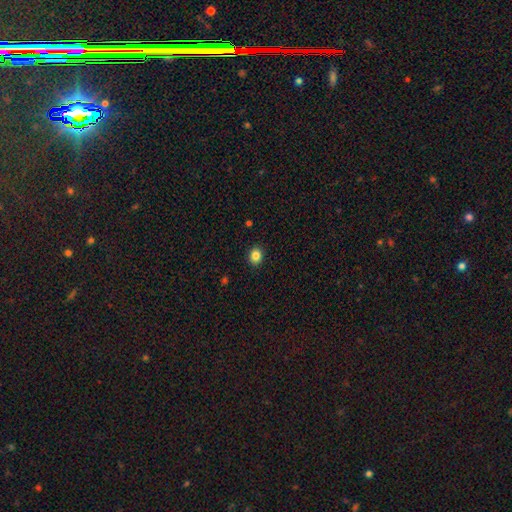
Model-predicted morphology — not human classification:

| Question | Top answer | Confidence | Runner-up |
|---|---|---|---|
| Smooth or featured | smooth | 85% | star or artifact (10%) |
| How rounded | round | 57% | in between (42%) |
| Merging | none | 91% | minor disturbance (6%) |